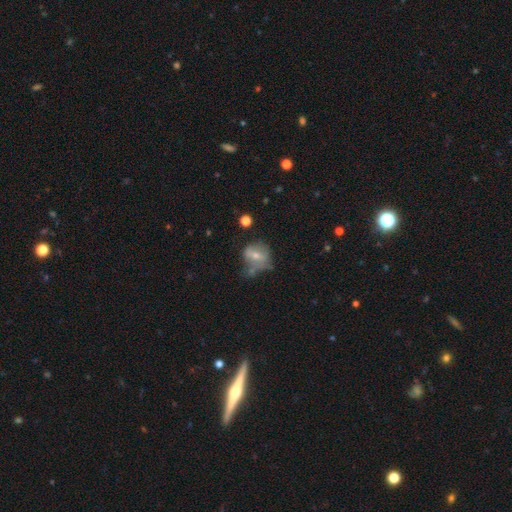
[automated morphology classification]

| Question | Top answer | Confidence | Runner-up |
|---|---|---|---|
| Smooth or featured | smooth | 50% | featured or disk (39%) |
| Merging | none | 40% | minor disturbance (29%) |